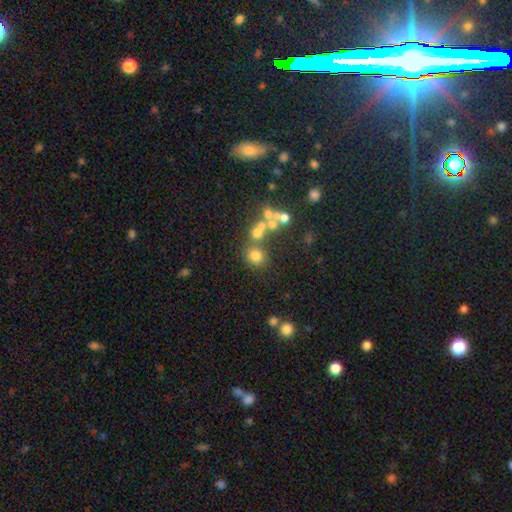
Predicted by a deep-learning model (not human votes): Smooth or featured?
  - smooth: 64% *
  - star or artifact: 18%
  - featured or disk: 18%
How rounded?
  - round: 84% *
  - in between: 15%
  - cigar-shaped: 1%
Merging?
  - none: 57% *
  - merger: 27%
  - minor disturbance: 9%
  - major disturbance: 7%